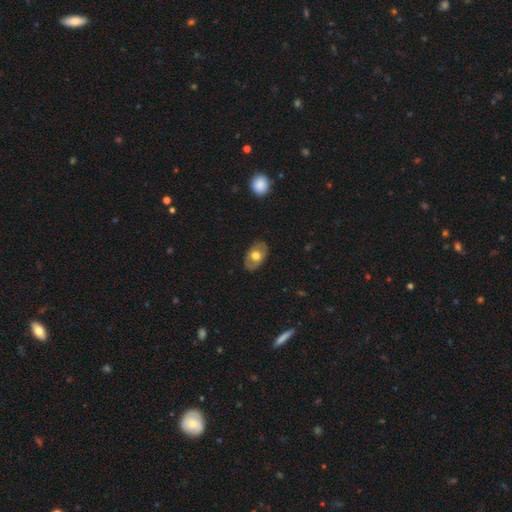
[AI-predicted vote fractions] smooth 50%, featured or disk 44%, star or artifact 6%. Down the decision tree: how rounded — in between (85%); merging — none (82%).